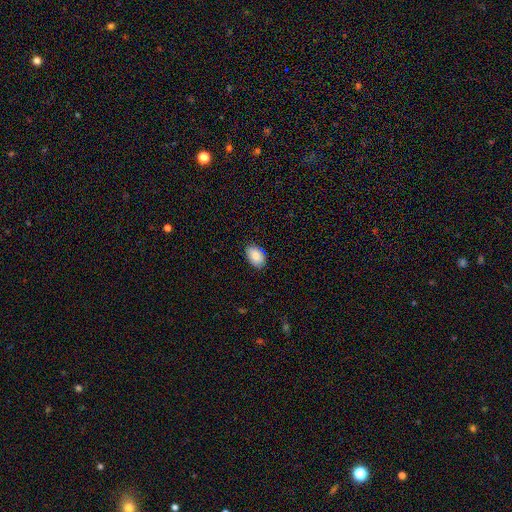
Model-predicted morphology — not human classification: The model was most divided on "merging": none: 85%, minor disturbance: 12%, major disturbance: 2%, merger: 1%. More confident: how rounded — in between (90%); smooth or featured — smooth (86%).